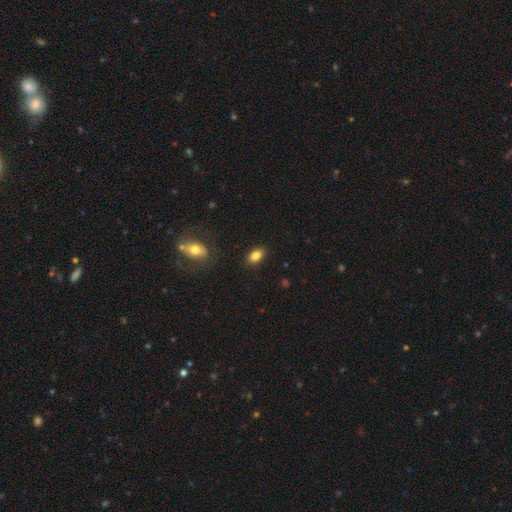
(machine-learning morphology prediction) smooth 83%, star or artifact 9%, featured or disk 8%. Down the decision tree: how rounded — in between (88%); merging — none (87%).